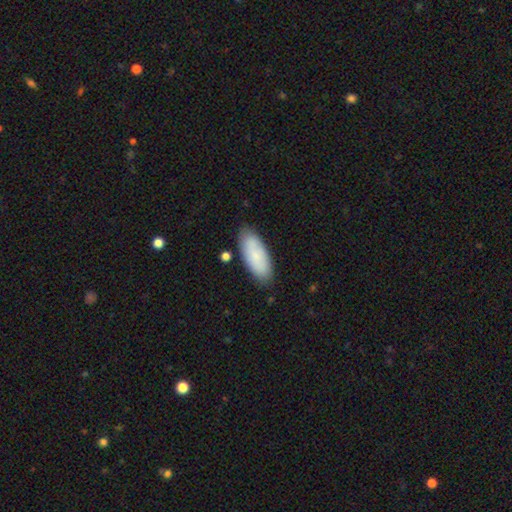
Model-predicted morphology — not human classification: Smooth or featured? smooth (81%)
How rounded? in between (82%)
Merging? none (81%)